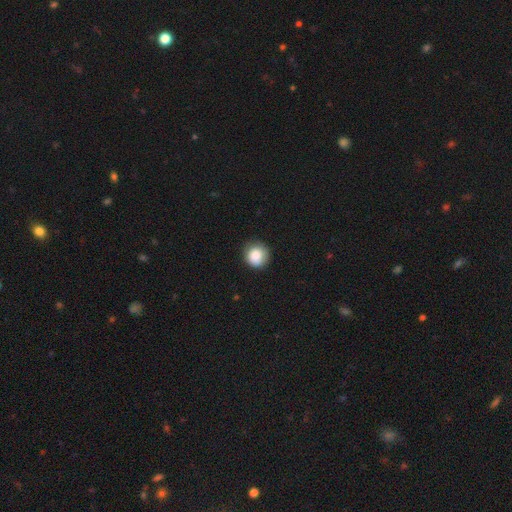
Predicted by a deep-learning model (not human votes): Morphology: type=smooth (85%); roundness=round (91%); merging=none (78%).